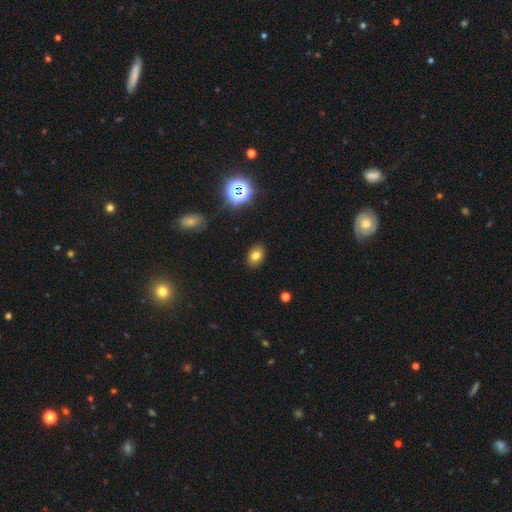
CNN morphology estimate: A smooth galaxy with no disk features (75%) that is in between round and cigar-shaped (75%). Merging: none (88%).